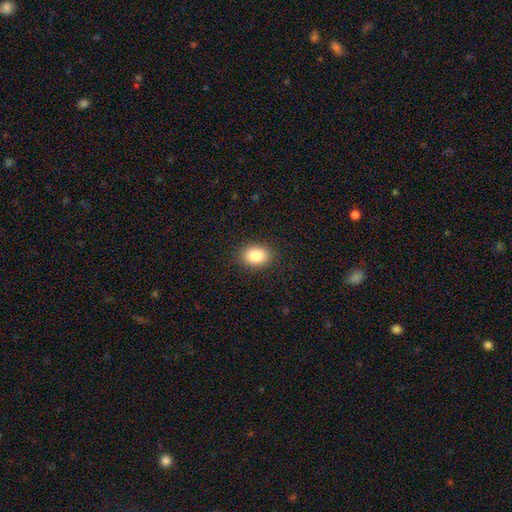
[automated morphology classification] The model was most divided on "how rounded": in between: 72%, round: 27%, cigar-shaped: 1%. More confident: merging — none (88%); smooth or featured — smooth (86%).